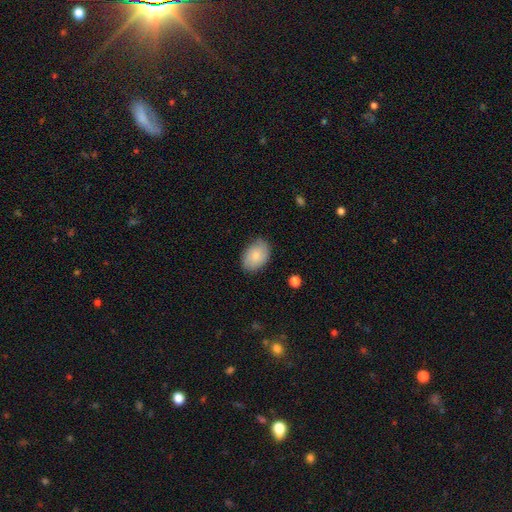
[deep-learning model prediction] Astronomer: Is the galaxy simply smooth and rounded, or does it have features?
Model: smooth — 76%.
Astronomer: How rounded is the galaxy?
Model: in between — 86%.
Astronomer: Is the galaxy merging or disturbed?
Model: none — 80%.